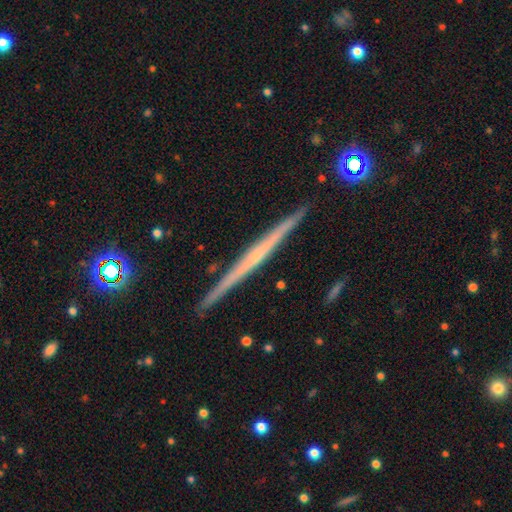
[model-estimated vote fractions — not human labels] featured or disk 73%, smooth 21%, star or artifact 6%. Down the decision tree: edge-on disk — yes (98%); edge-on bulge — none (75%); merging — none (92%).